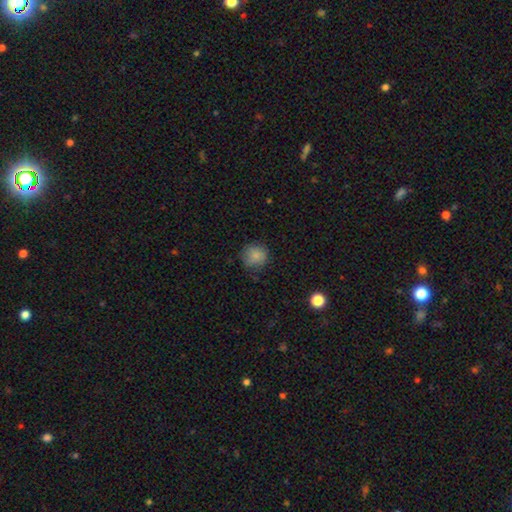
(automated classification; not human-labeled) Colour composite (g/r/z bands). It shows a smooth galaxy with no disk features (84%) that is round (91%). Merging: none (79%).